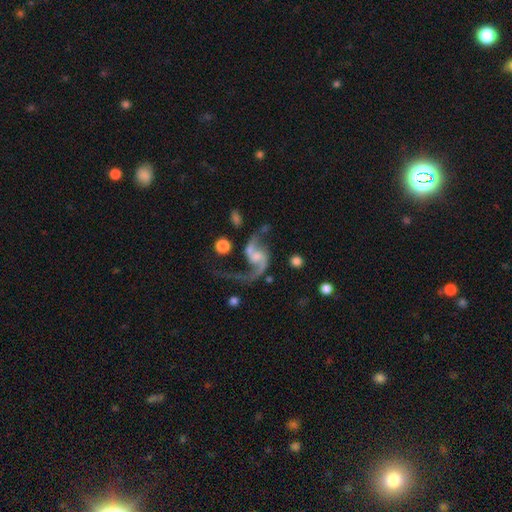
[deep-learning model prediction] A featured or disk galaxy (90%) with no bar (47%), 2 (92%) loose (81%) spiral arms (97%) and a small central bulge (36%). Merging: none (55%).